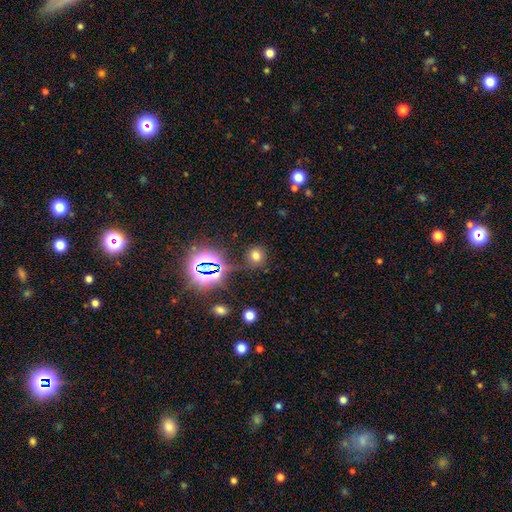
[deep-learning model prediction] This is likely a smooth galaxy (65%). How rounded: clearly round (84%). Merging: likely none (76%).